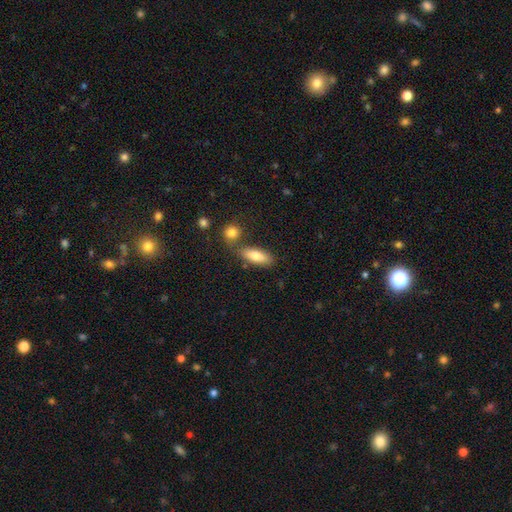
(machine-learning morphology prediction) Q: Smooth or featured?
A: smooth (79%); runner-up: featured or disk (14%)
Q: How rounded?
A: in between (74%); runner-up: cigar-shaped (23%)
Q: Merging?
A: none (69%); runner-up: merger (15%)